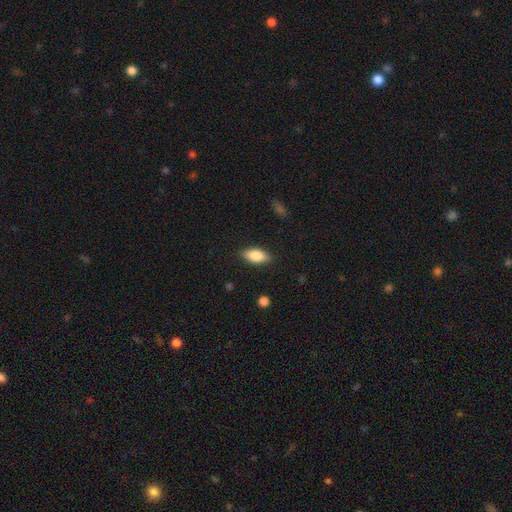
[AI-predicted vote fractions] Morphology: type=smooth (83%); roundness=in between (88%); merging=none (86%).